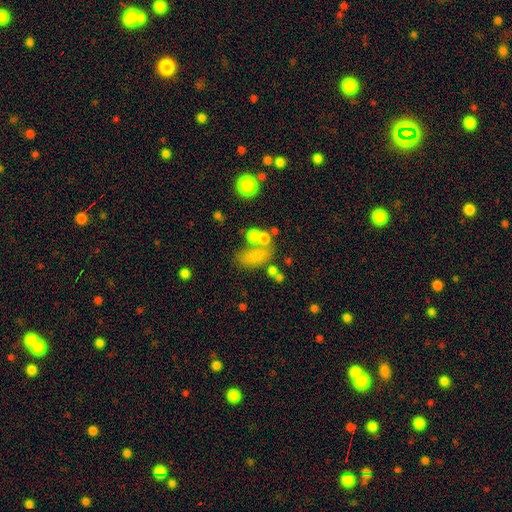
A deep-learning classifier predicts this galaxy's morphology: smooth-or-featured: smooth: 68% | featured or disk: 17% | star or artifact: 15%
  how-rounded: in between: 77% | round: 18% | cigar-shaped: 5%
  merging: none: 44% | merger: 31% | minor disturbance: 15% | major disturbance: 11%